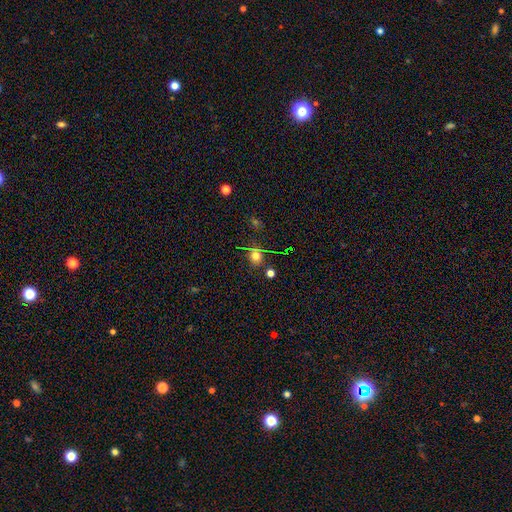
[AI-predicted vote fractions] smooth 69%, star or artifact 23%, featured or disk 9%. Down the decision tree: how rounded — round (82%); merging — none (81%).